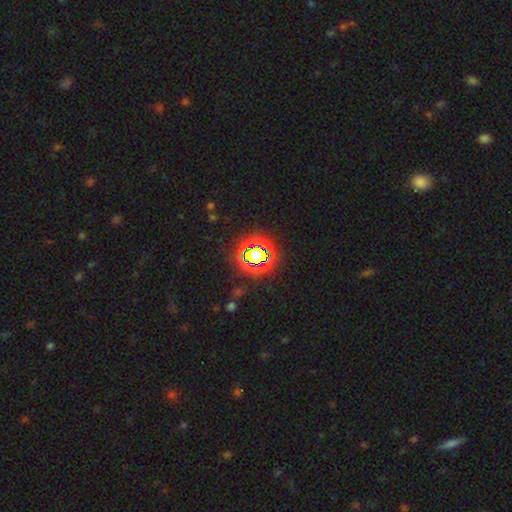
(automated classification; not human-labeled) The model was most divided on "smooth or featured": star or artifact: 71%, smooth: 19%, featured or disk: 10%.